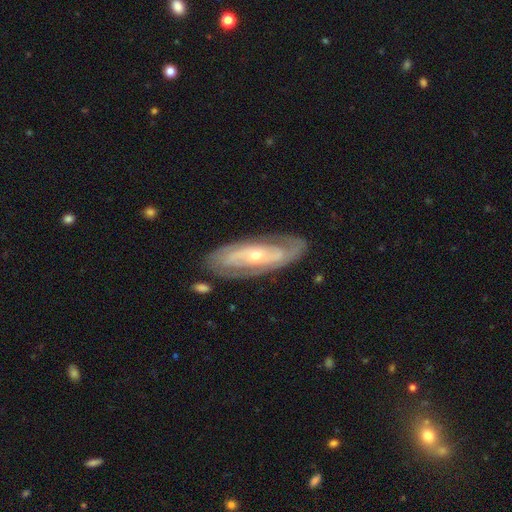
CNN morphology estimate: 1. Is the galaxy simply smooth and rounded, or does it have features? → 81% featured or disk, 14% smooth, 5% star or artifact.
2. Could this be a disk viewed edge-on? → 88% no, 12% yes.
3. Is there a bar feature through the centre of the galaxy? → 66% no, 21% weak, 13% strong.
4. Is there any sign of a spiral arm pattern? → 79% yes, 21% no.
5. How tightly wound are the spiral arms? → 60% tight, 30% medium, 10% loose.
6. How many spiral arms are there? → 56% 2, 30% can't tell, 6% 3, 4% 1, 2% 4, 2% more than 4.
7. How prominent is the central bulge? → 59% small, 37% moderate, 2% large, 1% none, 1% dominant.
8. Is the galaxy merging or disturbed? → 79% none, 14% minor disturbance, 5% major disturbance, 2% merger.